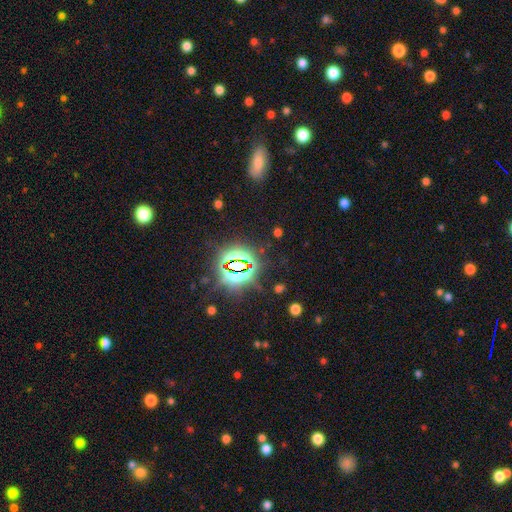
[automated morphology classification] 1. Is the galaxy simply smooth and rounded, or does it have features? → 78% star or artifact, 14% smooth, 8% featured or disk.